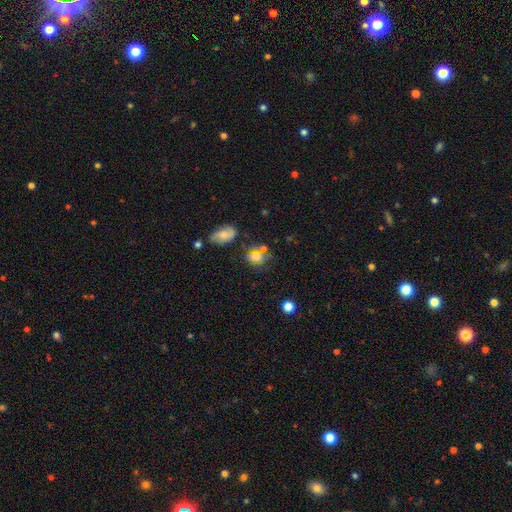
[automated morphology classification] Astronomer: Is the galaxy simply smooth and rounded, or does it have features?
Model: smooth — 61%.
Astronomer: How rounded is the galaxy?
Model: in between — 60% (runner-up: round, 38%).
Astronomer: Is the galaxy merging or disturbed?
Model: none — 56%.